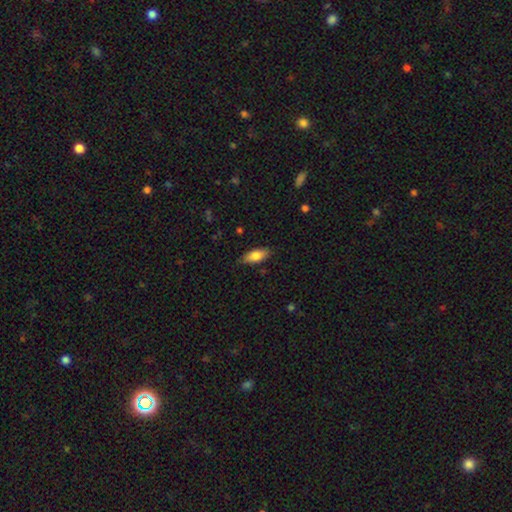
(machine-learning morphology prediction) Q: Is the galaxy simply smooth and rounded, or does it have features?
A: smooth — 81%.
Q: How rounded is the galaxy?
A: in between — 81%.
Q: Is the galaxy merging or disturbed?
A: none — 81%.